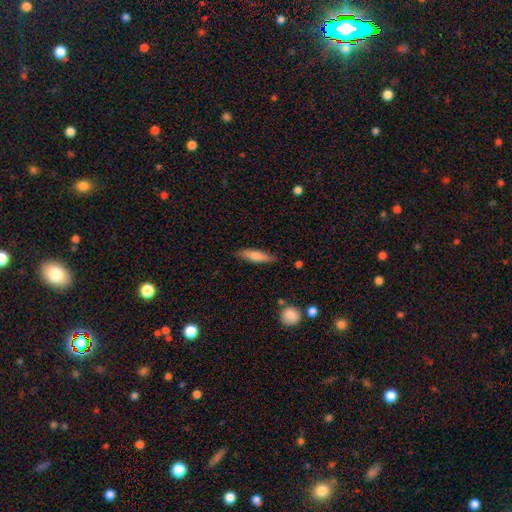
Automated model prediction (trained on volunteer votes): A smooth galaxy with no disk features (63%) that is cigar-shaped (71%).

Vote fractions:
- Smooth or featured? smooth: 63% / featured or disk: 31% / star or artifact: 6%
- How rounded? cigar-shaped: 71% / in between: 27% / round: 2%
- Merging? none: 84% / minor disturbance: 12% / major disturbance: 2% / merger: 2%